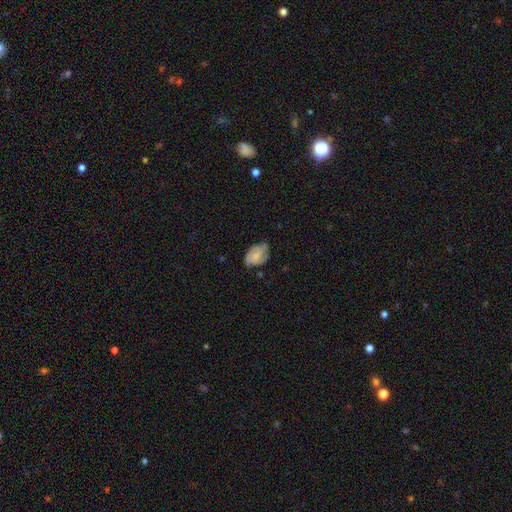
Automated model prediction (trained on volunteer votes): Smooth or featured? Predicted: smooth (p=0.61). How rounded? Predicted: in between (p=0.86). Merging? Predicted: none (p=0.51).